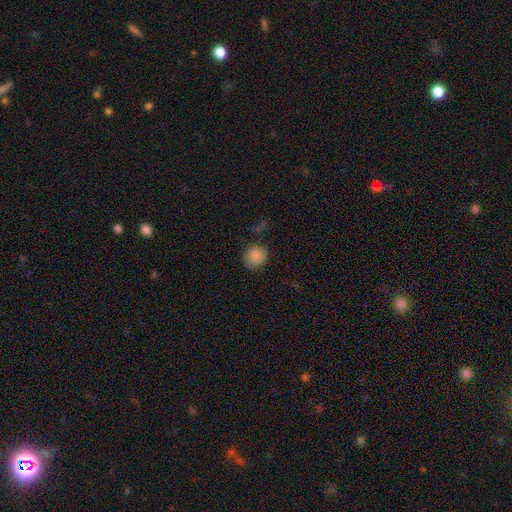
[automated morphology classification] Smooth or featured? smooth (86%)
How rounded? round (84%)
Merging? none (79%)